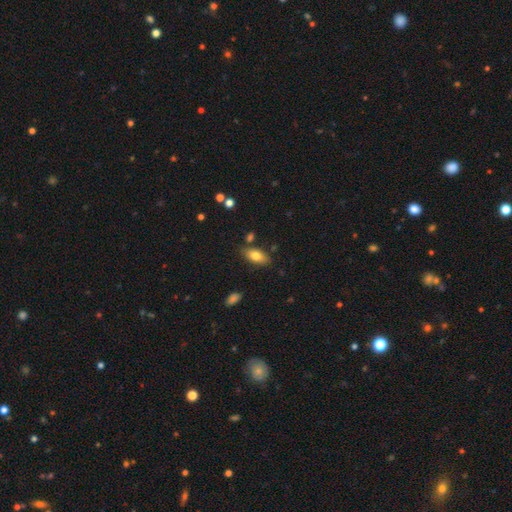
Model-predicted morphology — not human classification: The model was most divided on "smooth or featured": smooth: 78%, featured or disk: 15%, star or artifact: 7%. More confident: how rounded — in between (88%); merging — none (78%).